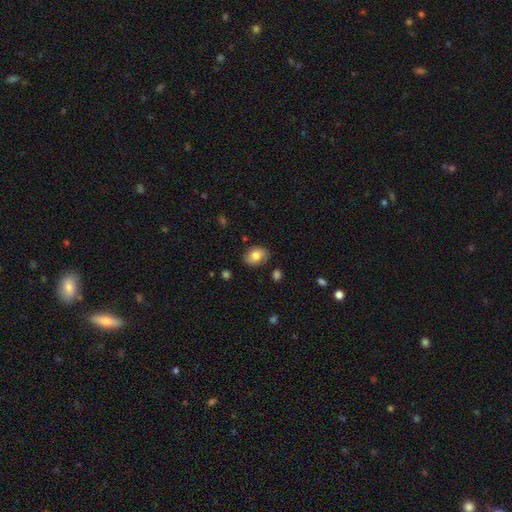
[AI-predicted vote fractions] smooth_or_featured: smooth (p=0.74) [alt: featured or disk p=0.18]
how_rounded: in between (p=0.67) [alt: round p=0.32]
merging: none (p=0.79) [alt: minor disturbance p=0.15]